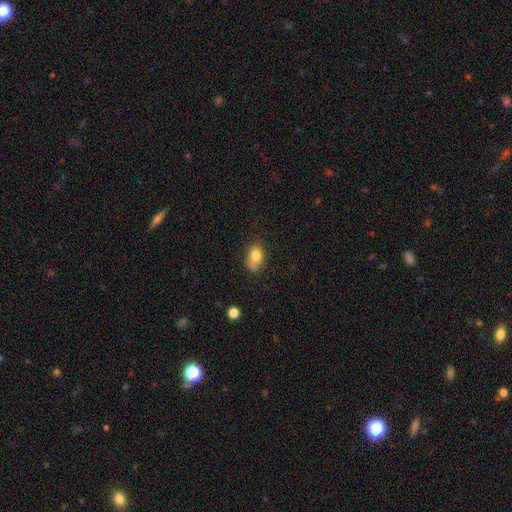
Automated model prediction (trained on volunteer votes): Smooth or featured? Predicted: smooth (p=0.79). How rounded? Predicted: in between (p=0.73). Merging? Predicted: none (p=0.52).